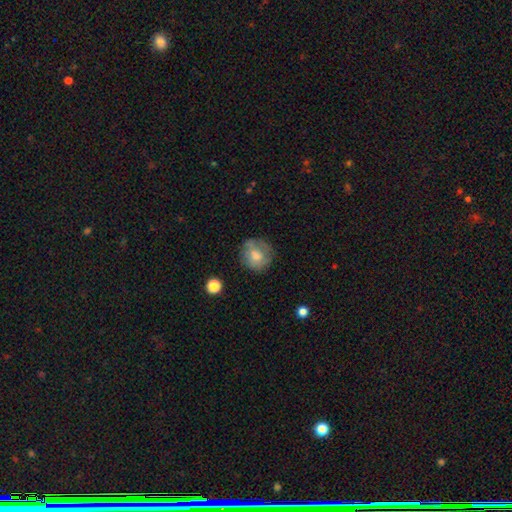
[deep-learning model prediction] Smooth or featured?
  - smooth: 66% *
  - featured or disk: 25%
  - star or artifact: 9%
How rounded?
  - round: 84% *
  - in between: 15%
  - cigar-shaped: 1%
Merging?
  - none: 65% *
  - minor disturbance: 22%
  - major disturbance: 10%
  - merger: 3%